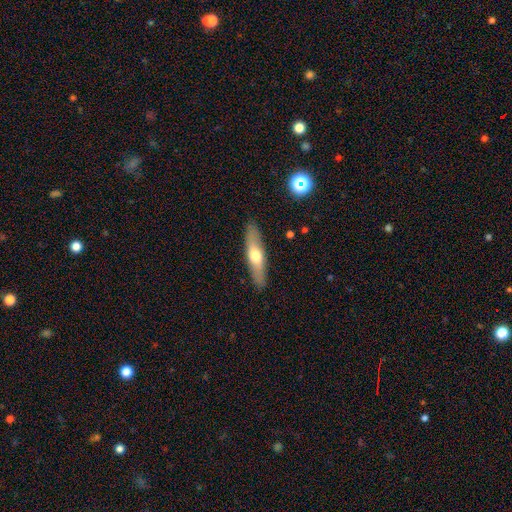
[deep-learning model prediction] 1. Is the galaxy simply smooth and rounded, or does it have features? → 53% smooth, 41% featured or disk, 5% star or artifact.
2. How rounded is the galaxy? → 71% cigar-shaped, 26% in between, 2% round.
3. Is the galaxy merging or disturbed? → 89% none, 8% minor disturbance, 2% major disturbance, 1% merger.